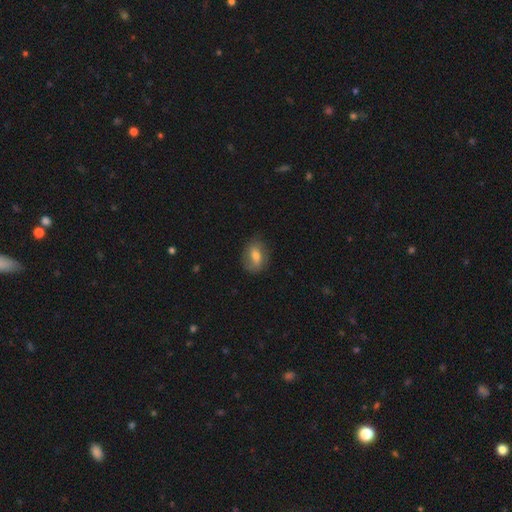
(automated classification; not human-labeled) Smooth or featured: smooth — 58% (featured or disk — 34%)
How rounded: in between — 71% (round — 26%)
Merging: none — 75% (minor disturbance — 18%)